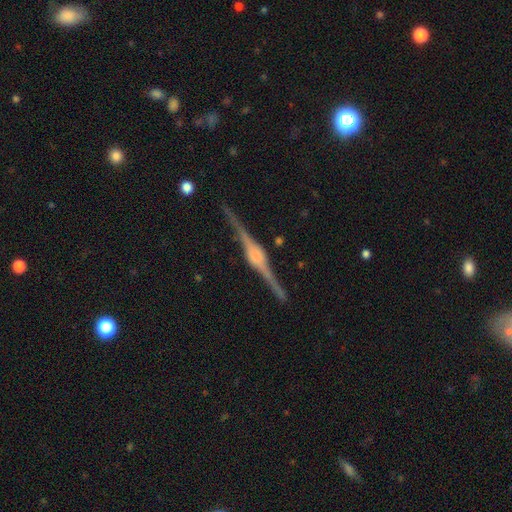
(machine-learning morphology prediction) A featured or disk galaxy (89%) viewed edge-on (98%) with a rounded central bulge (69%).

Vote fractions:
- Smooth or featured? featured or disk: 89% / smooth: 6% / star or artifact: 6%
- Edge-on disk? yes: 98% / no: 2%
- Edge-on bulge? rounded: 69% / boxy: 27% / none: 4%
- Merging? none: 87% / minor disturbance: 10% / major disturbance: 2% / merger: 1%